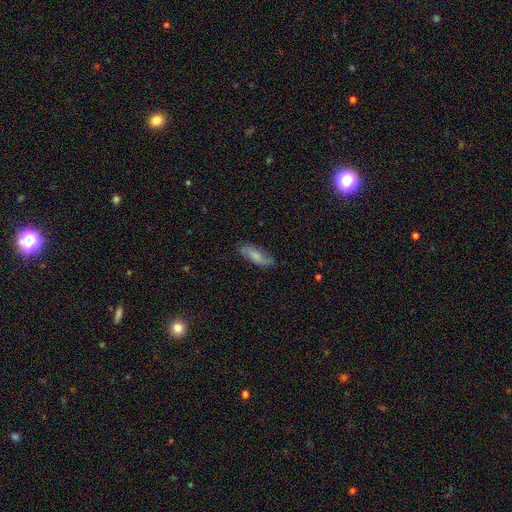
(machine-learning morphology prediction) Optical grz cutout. It shows a smooth galaxy with no disk features (64%) that is in between round and cigar-shaped (66%). Merging: none (76%).